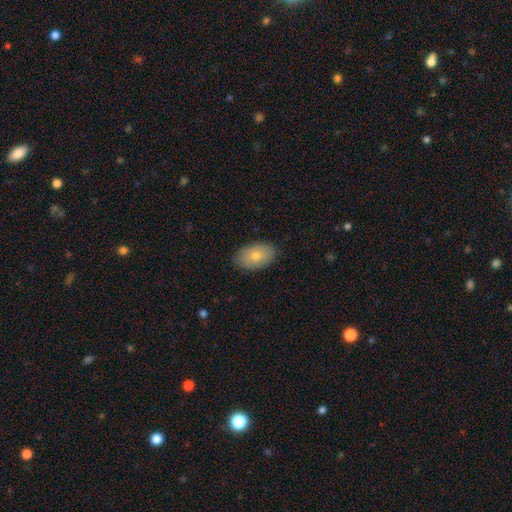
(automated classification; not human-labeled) Smooth or featured?
  - smooth: 76% *
  - featured or disk: 18%
  - star or artifact: 7%
How rounded?
  - in between: 91% *
  - round: 8%
  - cigar-shaped: 1%
Merging?
  - none: 86% *
  - minor disturbance: 11%
  - major disturbance: 2%
  - merger: 1%